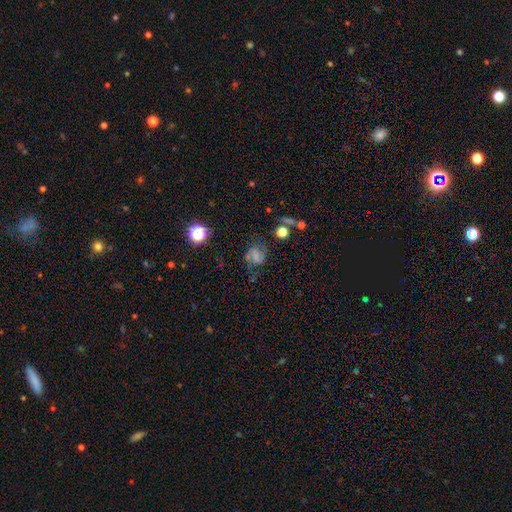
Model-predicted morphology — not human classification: Overall: featured or disk (51%; smooth 33%). Edge-on disk: no (97%). Merging: none (57%; minor disturbance 22%).